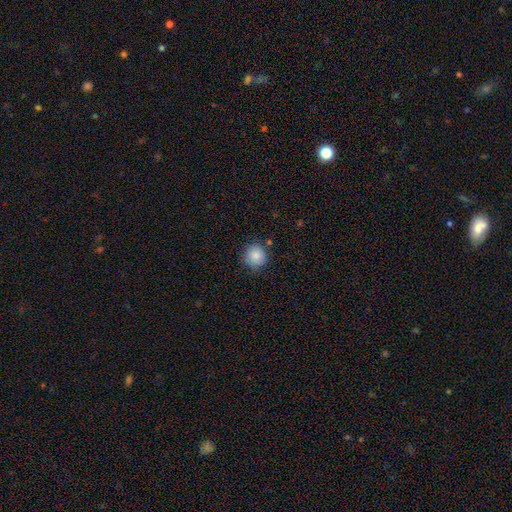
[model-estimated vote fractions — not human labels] This is clearly a smooth galaxy (85%). How rounded: clearly round (91%). Merging: clearly none (85%).